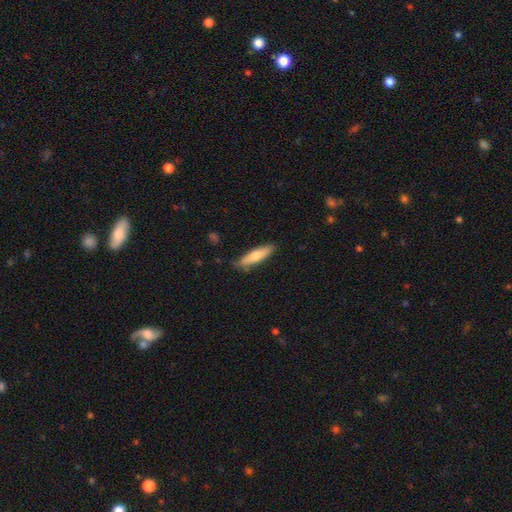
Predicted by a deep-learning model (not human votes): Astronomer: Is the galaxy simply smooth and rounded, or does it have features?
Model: smooth — 66%.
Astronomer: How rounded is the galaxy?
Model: cigar-shaped — 71%.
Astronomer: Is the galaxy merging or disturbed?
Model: none — 82%.